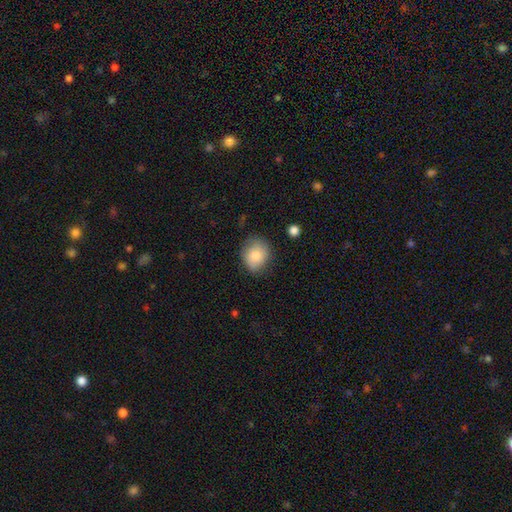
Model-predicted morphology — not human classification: Smooth or featured? smooth (81%)
How rounded? round (62%)
Merging? none (71%)